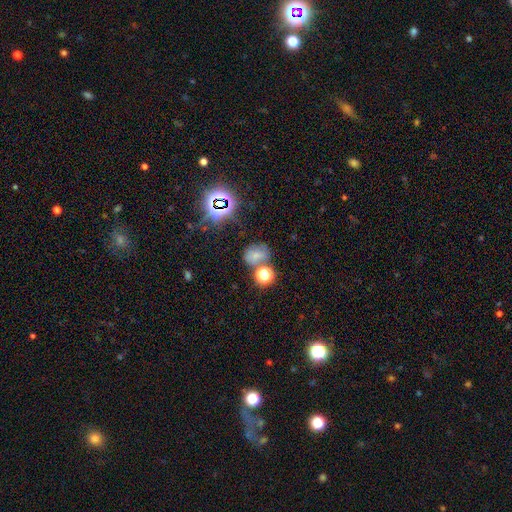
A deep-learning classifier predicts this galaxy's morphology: Smooth or featured: smooth — 53% (star or artifact — 30%)
How rounded: round — 55% (in between — 43%)
Merging: none — 52% (merger — 21%)